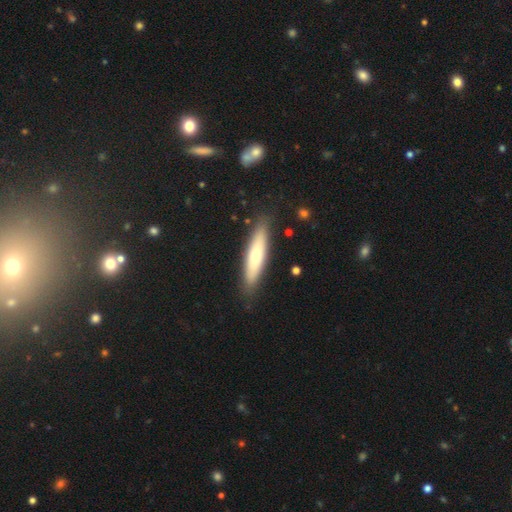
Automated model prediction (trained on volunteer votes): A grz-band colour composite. It shows a smooth galaxy with no disk features (62%) that is cigar-shaped (74%). Merging: none (87%).